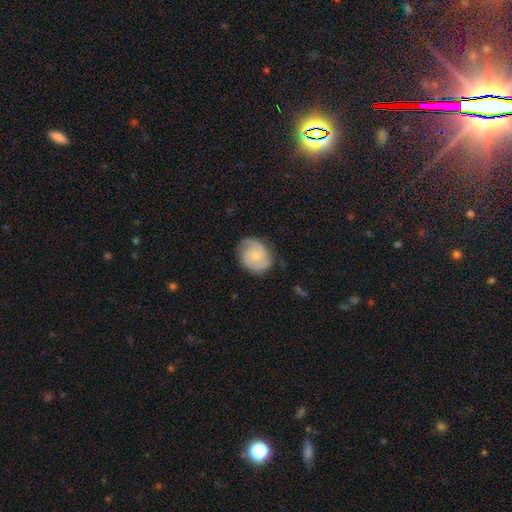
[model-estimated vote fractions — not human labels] Q: Smooth or featured?
A: featured or disk (59%); runner-up: smooth (35%)
Q: Edge-on disk?
A: no (97%); runner-up: yes (3%)
Q: Bar?
A: no (72%); runner-up: weak (24%)
Q: Spiral arms?
A: yes (87%); runner-up: no (13%)
Q: Spiral winding?
A: tight (46%); runner-up: medium (38%)
Q: Spiral arm count?
A: 2 (64%); runner-up: can't tell (16%)
Q: Bulge size?
A: small (56%); runner-up: moderate (39%)
Q: Merging?
A: none (64%); runner-up: minor disturbance (26%)